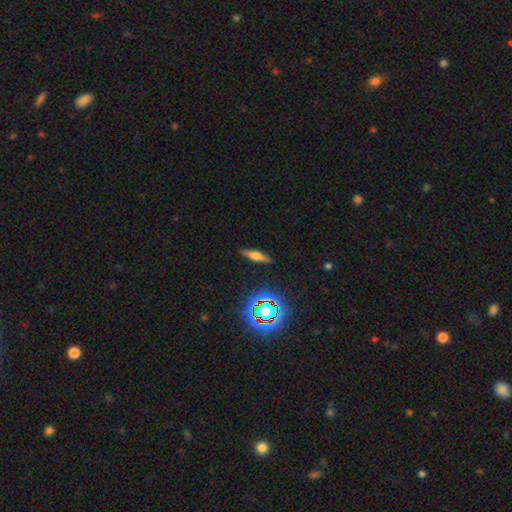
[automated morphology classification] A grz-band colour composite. It shows a smooth galaxy with no disk features (47%). Merging: none (87%).